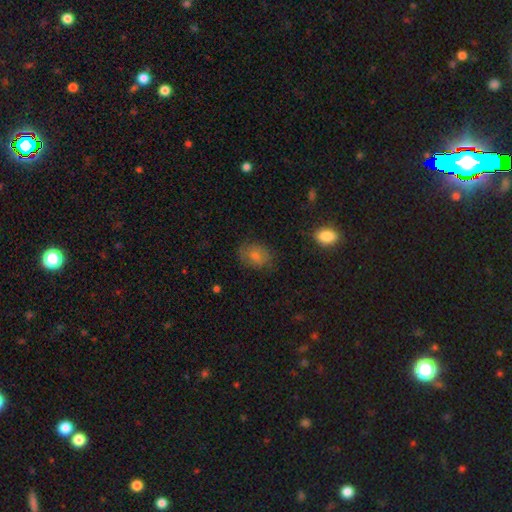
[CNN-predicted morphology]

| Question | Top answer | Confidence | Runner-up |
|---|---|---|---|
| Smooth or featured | smooth | 67% | featured or disk (19%) |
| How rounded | in between | 58% | round (41%) |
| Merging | none | 78% | minor disturbance (16%) |